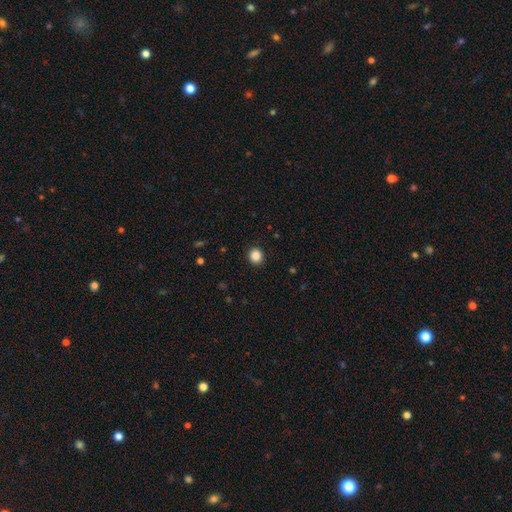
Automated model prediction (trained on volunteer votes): Overall: smooth (87%). How rounded: round (82%). Merging: none (91%).